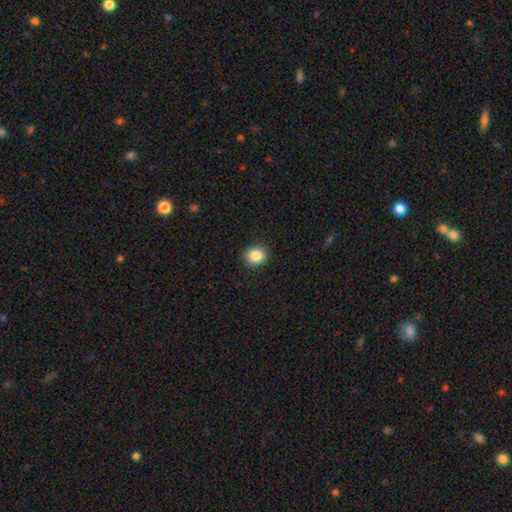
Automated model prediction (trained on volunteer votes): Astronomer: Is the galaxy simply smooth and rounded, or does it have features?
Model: smooth — 87%.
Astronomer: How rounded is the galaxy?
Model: round — 71%.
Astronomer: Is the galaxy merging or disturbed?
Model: none — 90%.